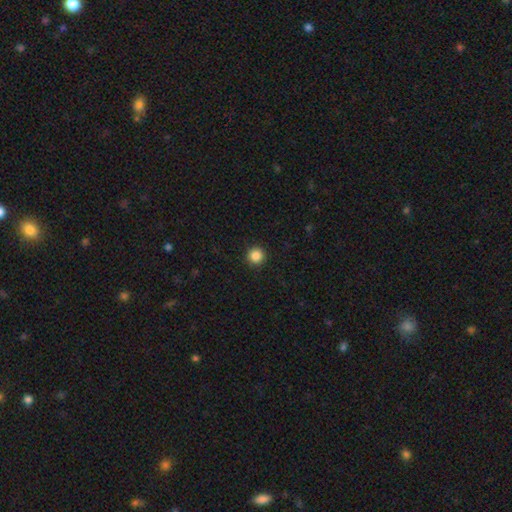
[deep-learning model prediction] smooth-or-featured: smooth: 87% | star or artifact: 10% | featured or disk: 3%
  how-rounded: round: 96% | in between: 3% | cigar-shaped: 1%
  merging: none: 93% | minor disturbance: 4% | major disturbance: 2% | merger: 1%